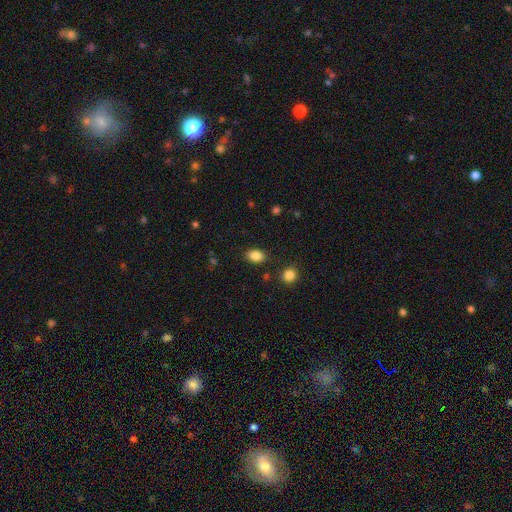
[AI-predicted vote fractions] smooth_or_featured: smooth (p=0.86) [alt: star or artifact p=0.09]
how_rounded: in between (p=0.82) [alt: round p=0.17]
merging: none (p=0.85) [alt: minor disturbance p=0.10]